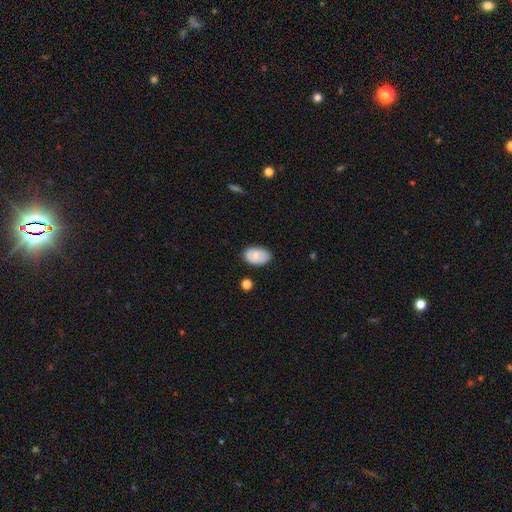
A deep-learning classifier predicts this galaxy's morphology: This appears to be a smooth galaxy with no disk features (81%) that is in between round and cigar-shaped (91%). Merging: none (74%).